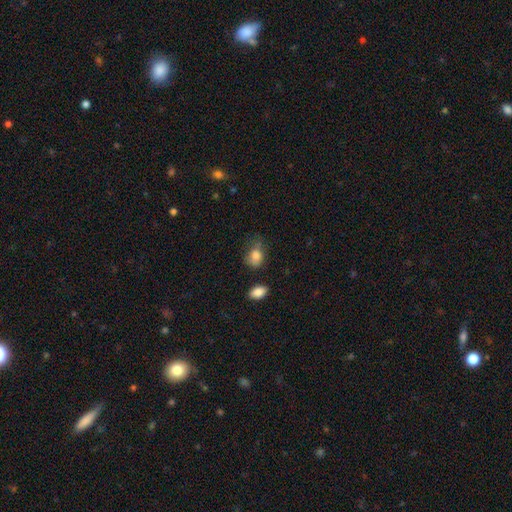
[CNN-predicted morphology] smooth 81%, featured or disk 10%, star or artifact 10%. Down the decision tree: how rounded — in between (62%); merging — none (41%).